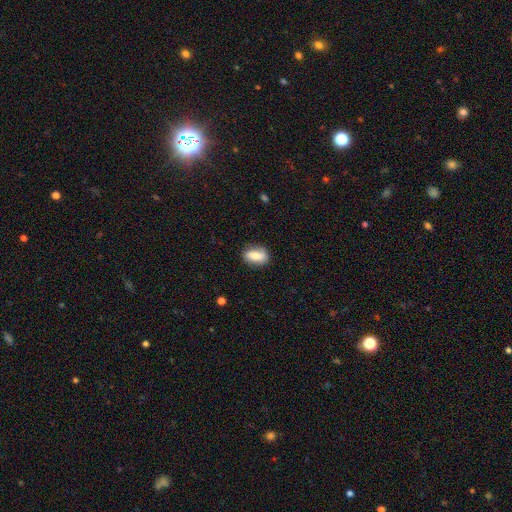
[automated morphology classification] This appears to be a smooth galaxy with no disk features (77%) that is in between round and cigar-shaped (83%). Merging: none (81%).